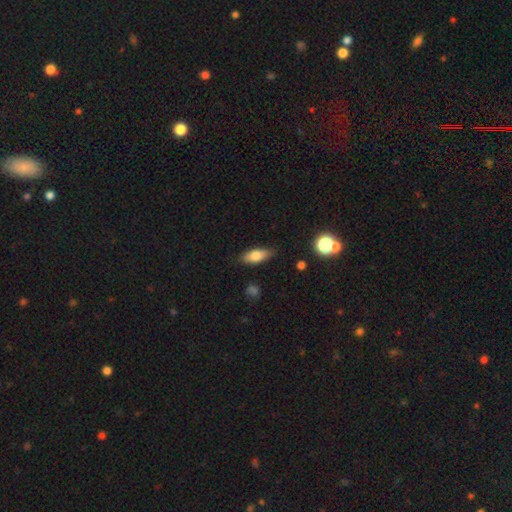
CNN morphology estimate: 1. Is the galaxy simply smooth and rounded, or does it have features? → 72% smooth, 21% featured or disk, 7% star or artifact.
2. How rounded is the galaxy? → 75% in between, 22% cigar-shaped, 3% round.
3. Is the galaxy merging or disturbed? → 82% none, 14% minor disturbance, 3% major disturbance, 2% merger.